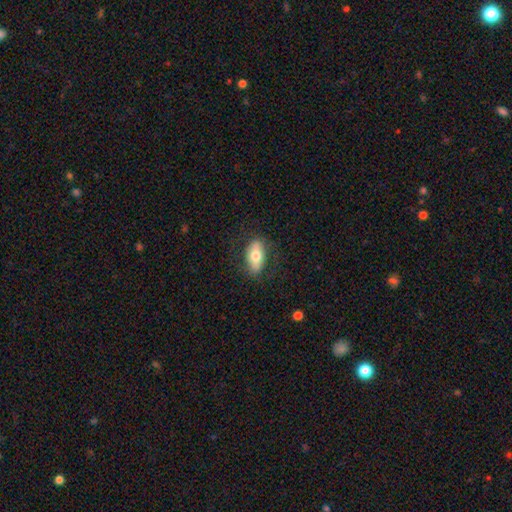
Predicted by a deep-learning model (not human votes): Smooth or featured? smooth (65%)
How rounded? in between (88%)
Merging? none (80%)